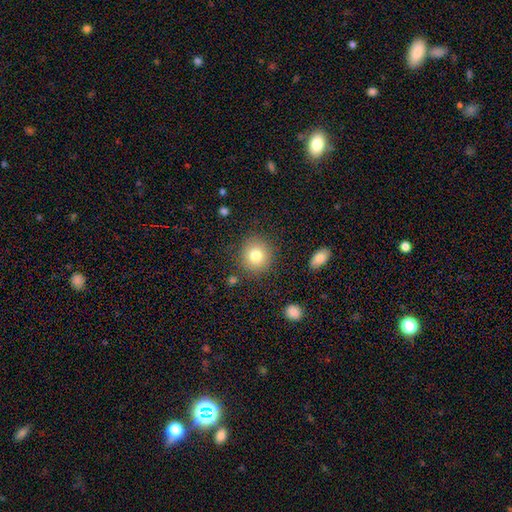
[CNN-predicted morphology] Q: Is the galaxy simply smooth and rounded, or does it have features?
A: smooth — 79%.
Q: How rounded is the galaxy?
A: round — 89%.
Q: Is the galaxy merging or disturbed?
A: none — 86%.